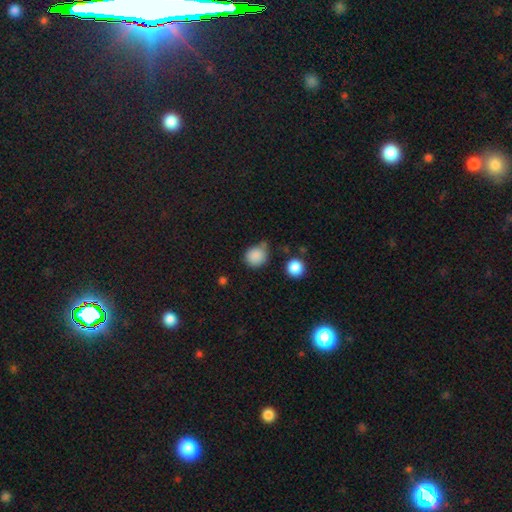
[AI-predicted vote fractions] Overall: smooth (86%). How rounded: round (82%). Merging: none (53%; minor disturbance 31%).